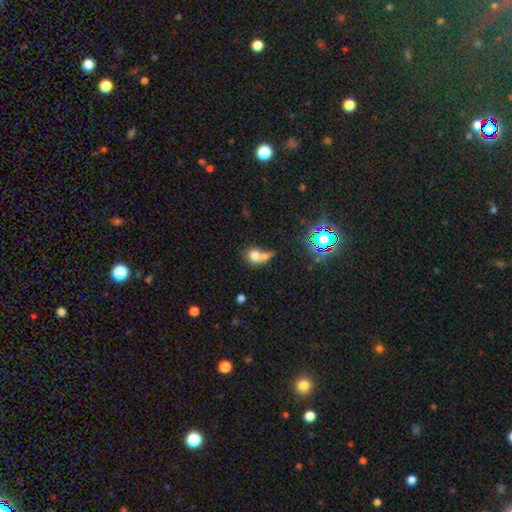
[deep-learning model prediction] smooth_or_featured: smooth (p=0.72) [alt: featured or disk p=0.15]
how_rounded: round (p=0.68) [alt: in between p=0.30]
merging: merger (p=0.55) [alt: none p=0.27]